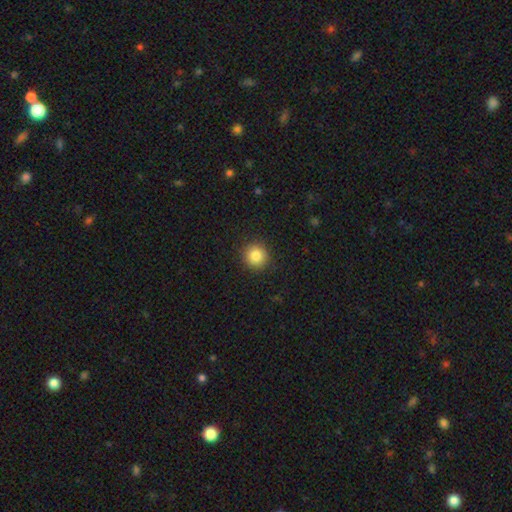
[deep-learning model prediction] This appears to be a smooth galaxy with no disk features (86%) that is round (94%). Merging: none (91%).